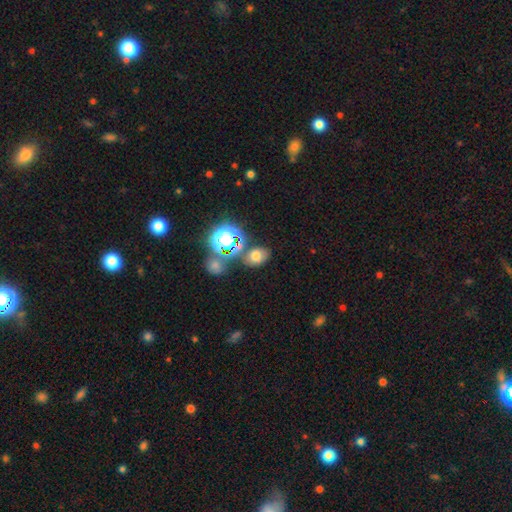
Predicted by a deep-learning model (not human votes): Smooth or featured? Predicted: smooth (p=0.63). How rounded? Predicted: in between (p=0.66). Merging? Predicted: none (p=0.67).